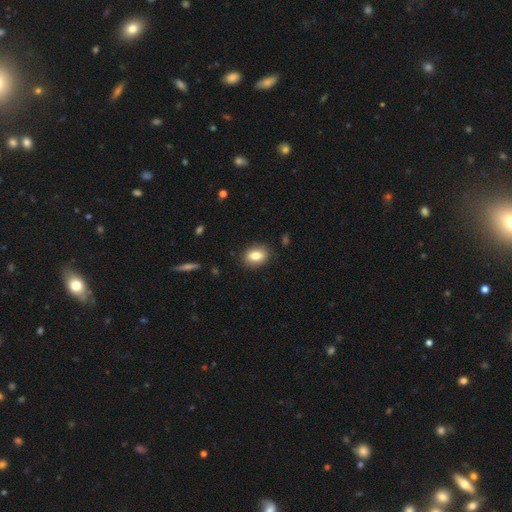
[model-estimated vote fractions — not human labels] Overall: smooth (82%). How rounded: in between (76%). Merging: none (85%).